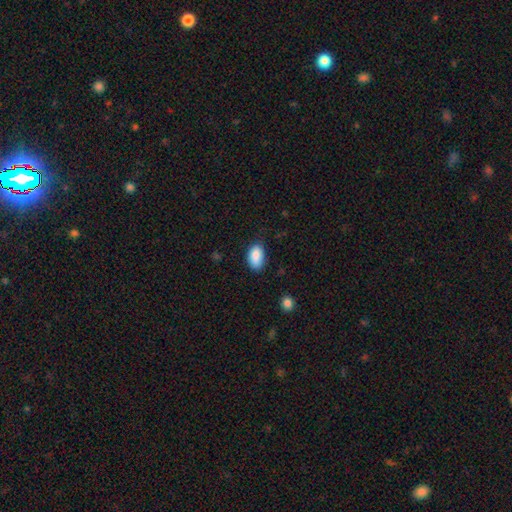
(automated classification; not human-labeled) smooth 88%, star or artifact 7%, featured or disk 5%. Down the decision tree: how rounded — in between (92%); merging — none (73%).